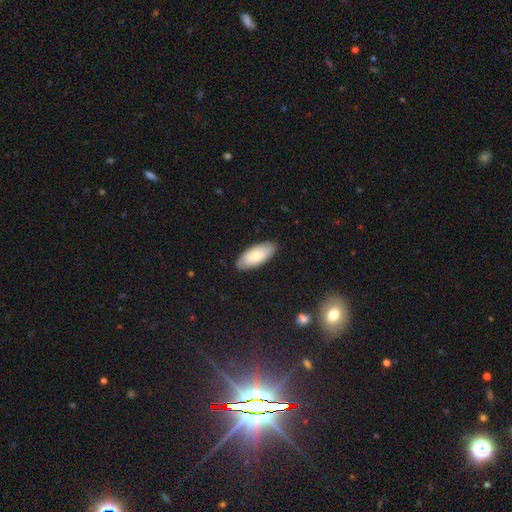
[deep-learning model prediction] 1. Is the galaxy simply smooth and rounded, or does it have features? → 69% smooth, 25% featured or disk, 6% star or artifact.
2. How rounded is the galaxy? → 88% in between, 10% cigar-shaped, 2% round.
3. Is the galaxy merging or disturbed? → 85% none, 12% minor disturbance, 2% major disturbance, 1% merger.